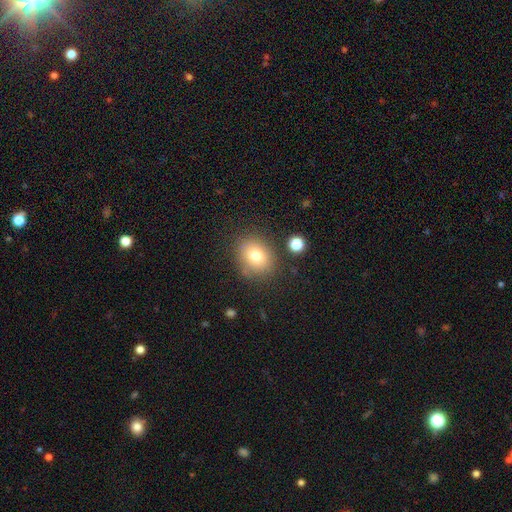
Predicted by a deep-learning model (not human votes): Overall: smooth (75%). How rounded: round (64%; in between 35%). Merging: none (79%).